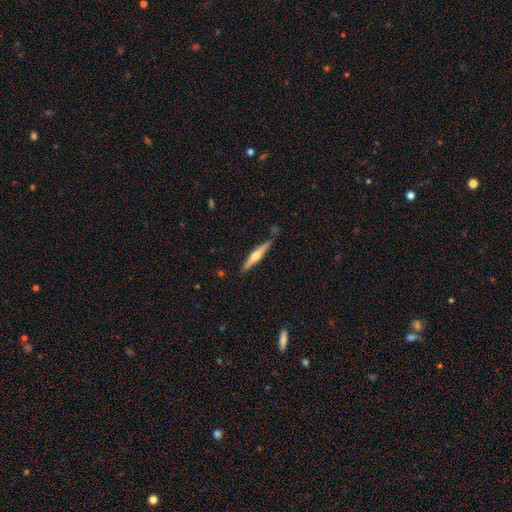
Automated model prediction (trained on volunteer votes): Overall: featured or disk (61%; smooth 34%). Edge-on disk: yes (97%). Edge-on bulge: rounded (88%). Merging: none (83%).